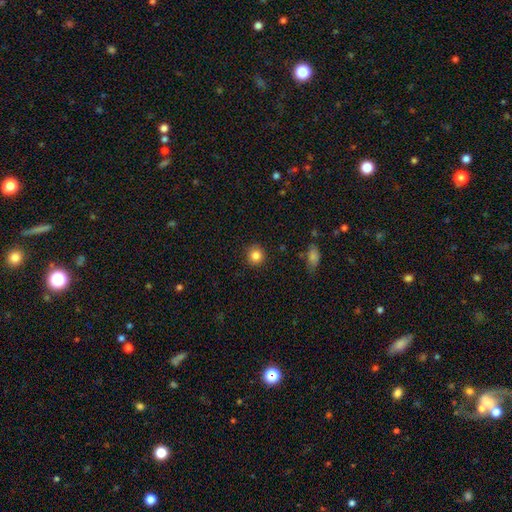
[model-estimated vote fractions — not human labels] A smooth galaxy with no disk features (85%) that is round (91%).

Vote fractions:
- Smooth or featured? smooth: 85% / star or artifact: 10% / featured or disk: 5%
- How rounded? round: 91% / in between: 8% / cigar-shaped: 1%
- Merging? none: 90% / minor disturbance: 7% / major disturbance: 2% / merger: 1%